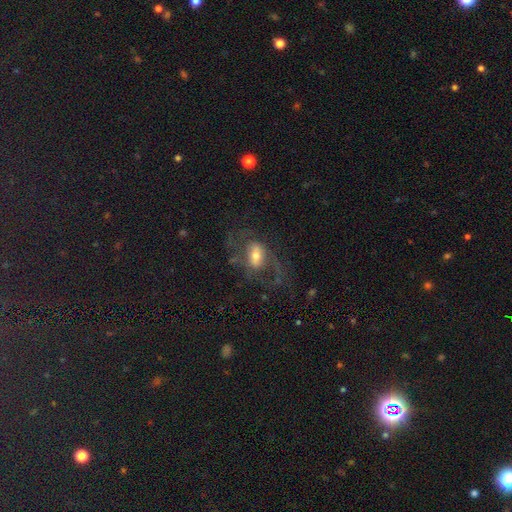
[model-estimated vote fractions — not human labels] Overall: featured or disk (59%; smooth 32%). Edge-on disk: no (94%). Bar: no (41%; weak 39%). Spiral arms: yes (67%; no 33%). Bulge size: moderate (58%; small 22%). Merging: none (43%; major disturbance 37%).